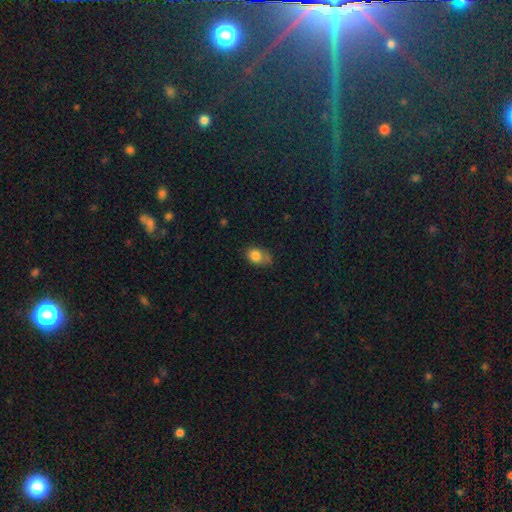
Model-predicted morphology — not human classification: smooth_or_featured: smooth (p=0.81) [alt: featured or disk p=0.10]
how_rounded: in between (p=0.65) [alt: round p=0.33]
merging: none (p=0.46) [alt: minor disturbance p=0.37]